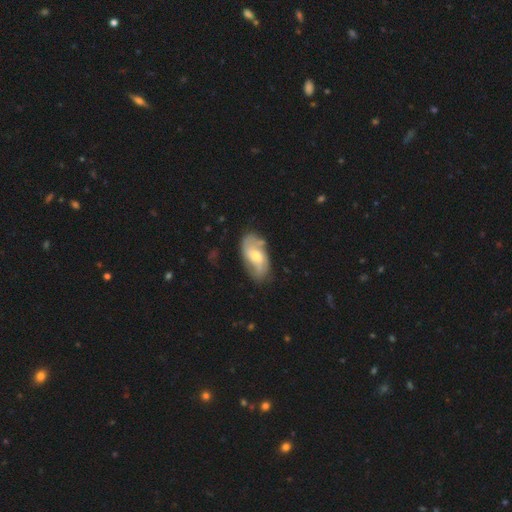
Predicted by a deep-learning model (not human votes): Overall: featured or disk (64%; smooth 30%). Edge-on disk: no (93%). Bar: no (45%; weak 43%). Spiral arms: yes (83%). Bulge size: moderate (60%; small 31%). Merging: none (67%).